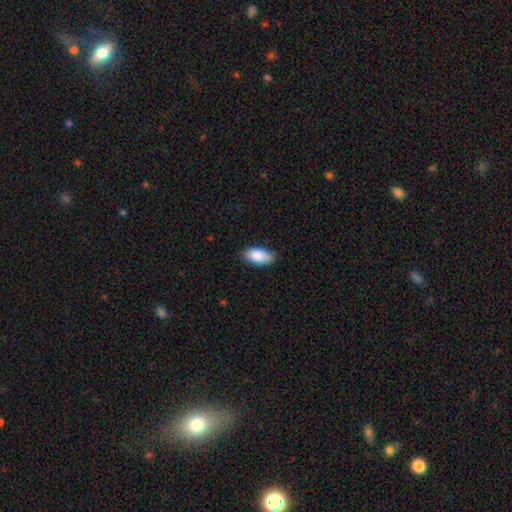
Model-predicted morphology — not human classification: smooth-or-featured: smooth: 87% | featured or disk: 7% | star or artifact: 6%
  how-rounded: in between: 93% | cigar-shaped: 5% | round: 2%
  merging: none: 83% | minor disturbance: 14% | major disturbance: 2% | merger: 1%